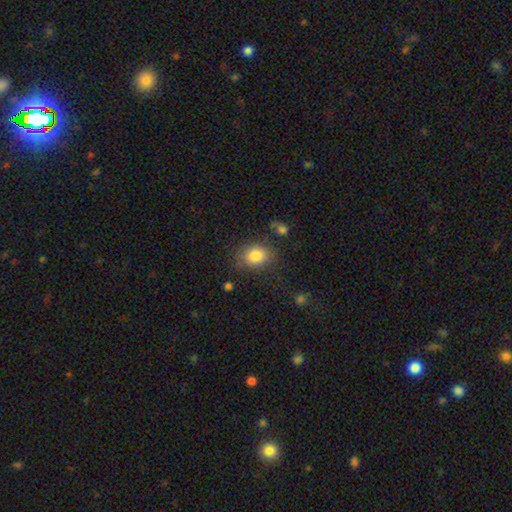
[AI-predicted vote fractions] Overall: smooth (83%). How rounded: in between (53%; round 46%). Merging: none (77%).